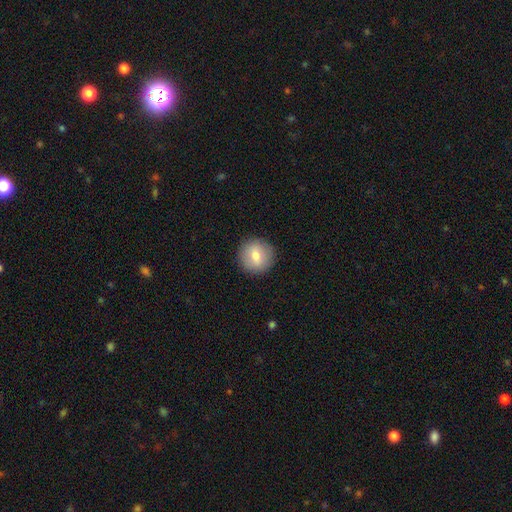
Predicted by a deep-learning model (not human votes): Smooth or featured: smooth — 74% (featured or disk — 19%)
How rounded: round — 93% (in between — 6%)
Merging: none — 90% (minor disturbance — 7%)